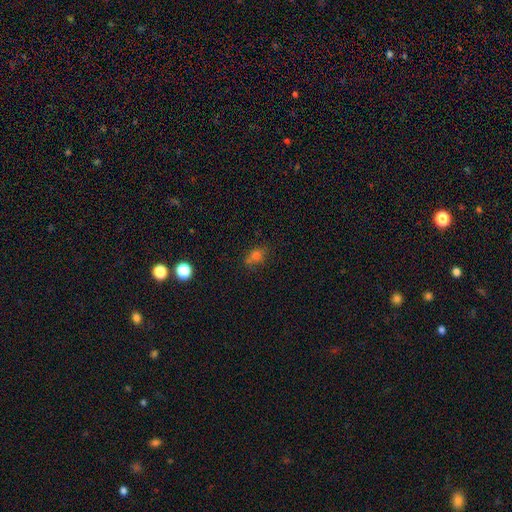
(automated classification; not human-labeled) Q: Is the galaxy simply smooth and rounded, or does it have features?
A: smooth — 62%.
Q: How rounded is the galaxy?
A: round — 51%.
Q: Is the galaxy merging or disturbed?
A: none — 57%.